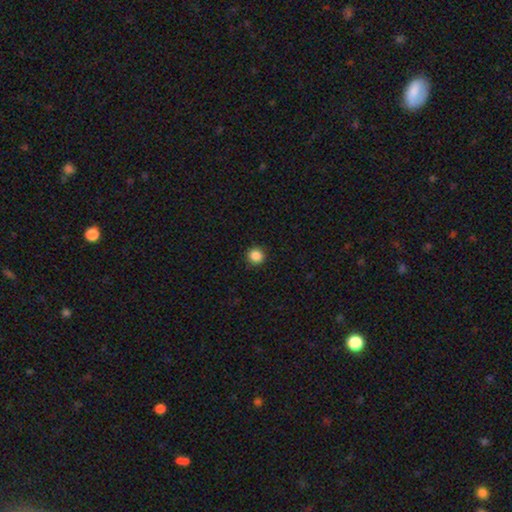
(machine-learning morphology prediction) Q: Smooth or featured?
A: smooth (87%); runner-up: star or artifact (10%)
Q: How rounded?
A: round (92%); runner-up: in between (7%)
Q: Merging?
A: none (91%); runner-up: minor disturbance (7%)